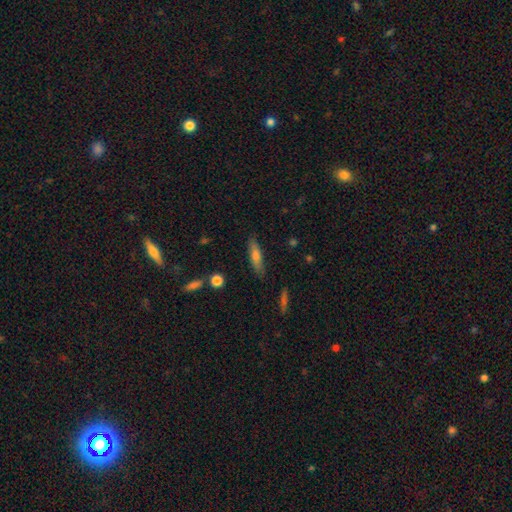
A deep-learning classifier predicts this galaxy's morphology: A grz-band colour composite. It shows a smooth galaxy with no disk features (66%) that is cigar-shaped (73%). Merging: none (83%).